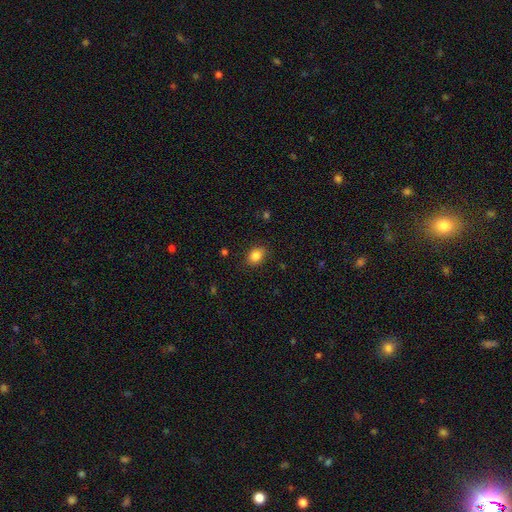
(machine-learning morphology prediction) Smooth or featured?
  - smooth: 85% *
  - star or artifact: 9%
  - featured or disk: 6%
How rounded?
  - in between: 65% *
  - round: 34%
  - cigar-shaped: 1%
Merging?
  - none: 84% *
  - minor disturbance: 12%
  - major disturbance: 3%
  - merger: 1%